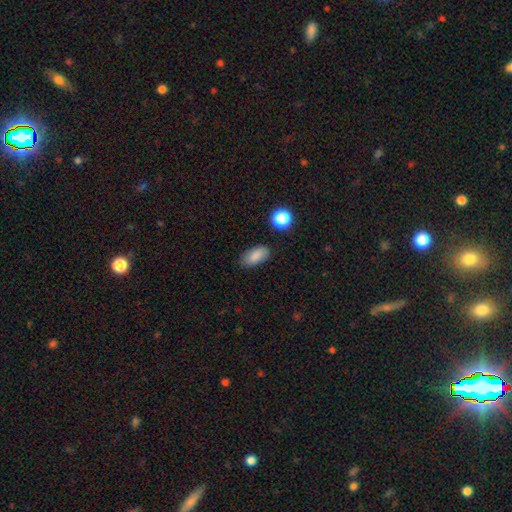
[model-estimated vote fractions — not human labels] The model was most divided on "merging": none: 84%, minor disturbance: 11%, major disturbance: 3%, merger: 2%. More confident: how rounded — in between (90%); smooth or featured — smooth (86%).